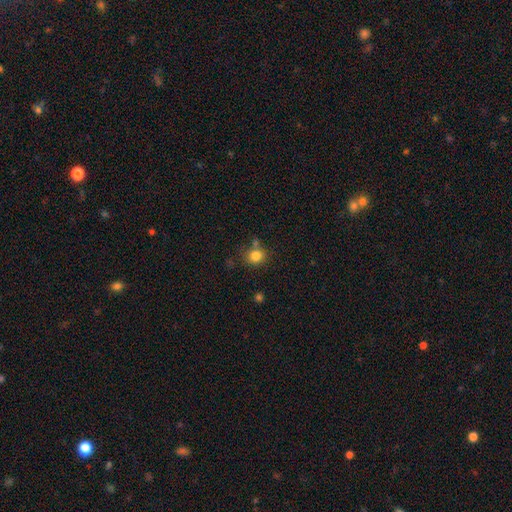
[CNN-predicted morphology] Smooth or featured? smooth (82%)
How rounded? round (79%)
Merging? none (69%)